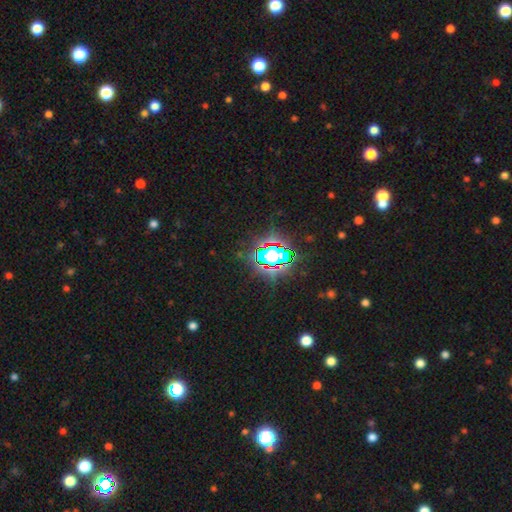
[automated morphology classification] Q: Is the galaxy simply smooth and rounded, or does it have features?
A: star or artifact — 82%.